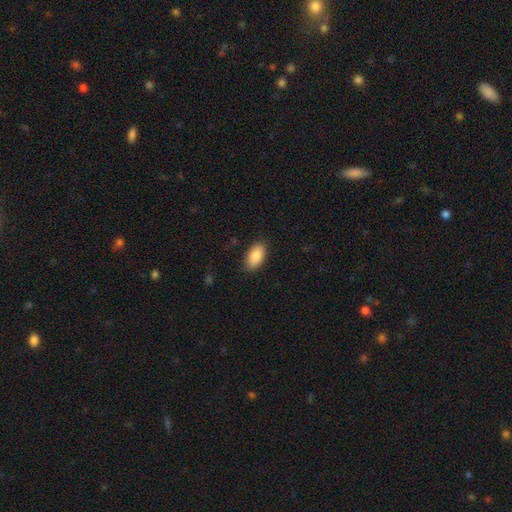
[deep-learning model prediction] smooth 88%, star or artifact 6%, featured or disk 5%. Down the decision tree: how rounded — in between (94%); merging — none (88%).